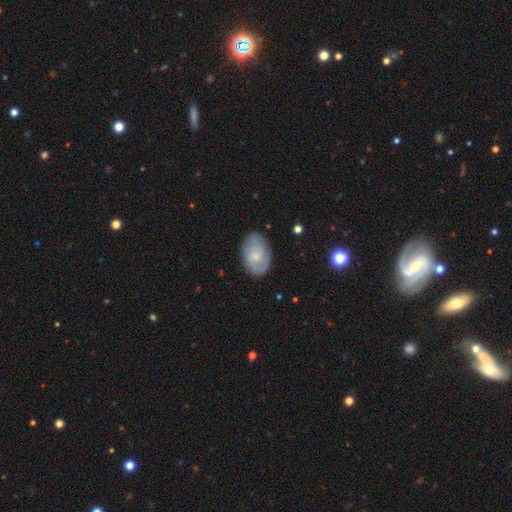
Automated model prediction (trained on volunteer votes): Smooth or featured?
  - featured or disk: 48% *
  - smooth: 45%
  - star or artifact: 7%
Merging?
  - none: 78% *
  - minor disturbance: 17%
  - major disturbance: 4%
  - merger: 1%